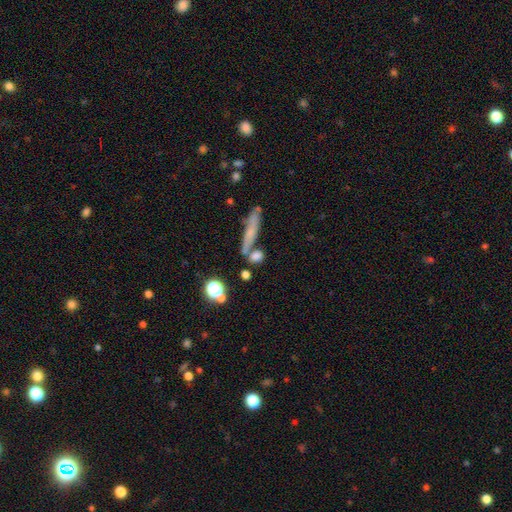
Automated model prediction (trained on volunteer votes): smooth_or_featured: smooth (p=0.70) [alt: featured or disk p=0.17]
how_rounded: cigar-shaped (p=0.37) [alt: round p=0.33]
merging: none (p=0.59) [alt: merger p=0.23]